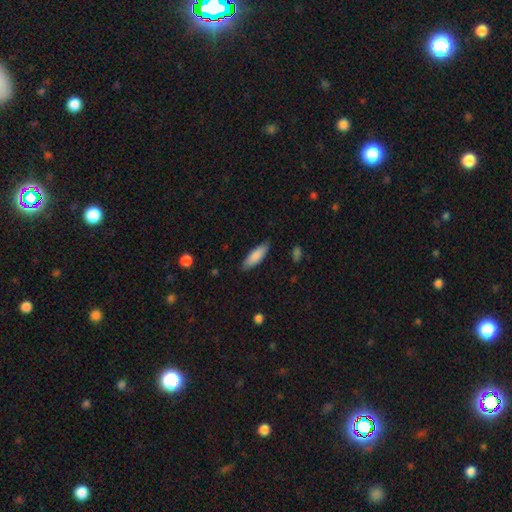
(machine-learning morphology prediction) Q: Smooth or featured?
A: smooth (85%); runner-up: featured or disk (9%)
Q: How rounded?
A: in between (55%); runner-up: cigar-shaped (44%)
Q: Merging?
A: none (84%); runner-up: minor disturbance (13%)